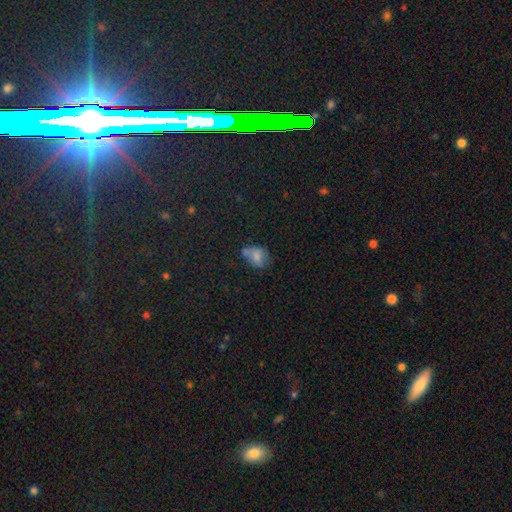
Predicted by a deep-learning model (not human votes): A smooth galaxy with no disk features (69%) that is in between round and cigar-shaped (72%). Merging: none (41%).